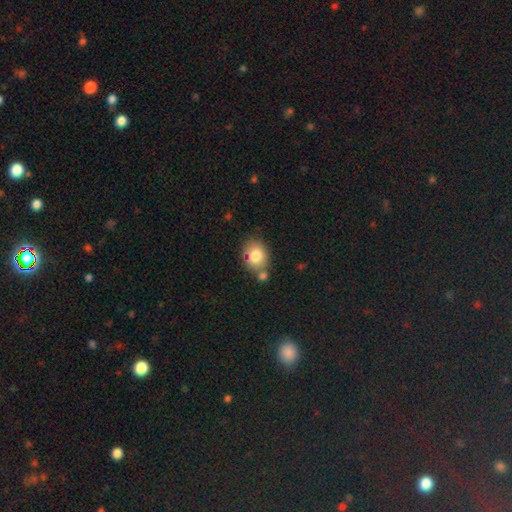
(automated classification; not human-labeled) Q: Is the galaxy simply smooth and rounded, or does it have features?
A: smooth — 79%.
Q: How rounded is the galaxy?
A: round — 52%.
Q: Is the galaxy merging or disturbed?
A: none — 63%.